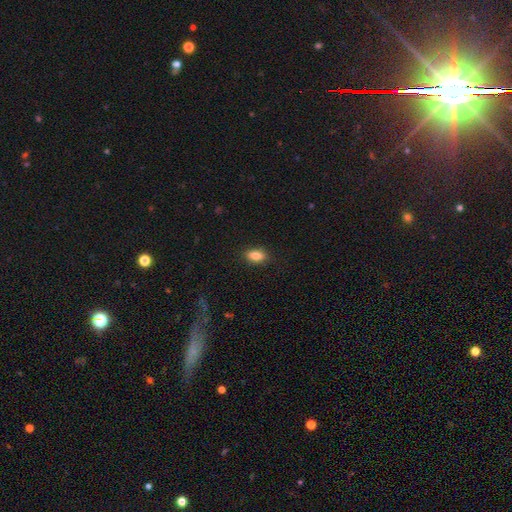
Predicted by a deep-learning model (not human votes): Smooth or featured? smooth (81%)
How rounded? in between (83%)
Merging? none (87%)